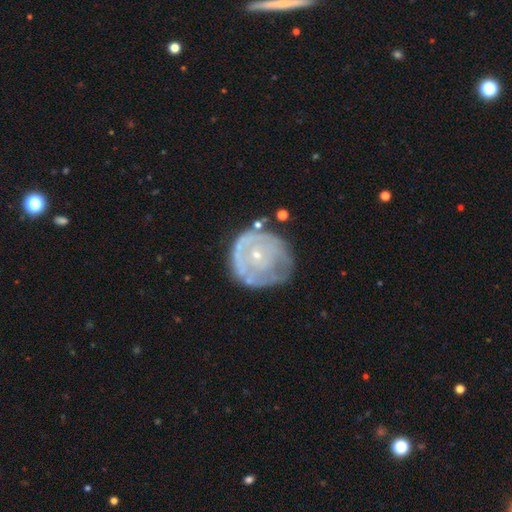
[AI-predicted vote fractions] Smooth or featured? featured or disk (65%)
Edge-on disk? no (97%)
Bar? no (86%)
Spiral arms? no (54%)
Bulge size? small (81%)
Merging? none (55%)